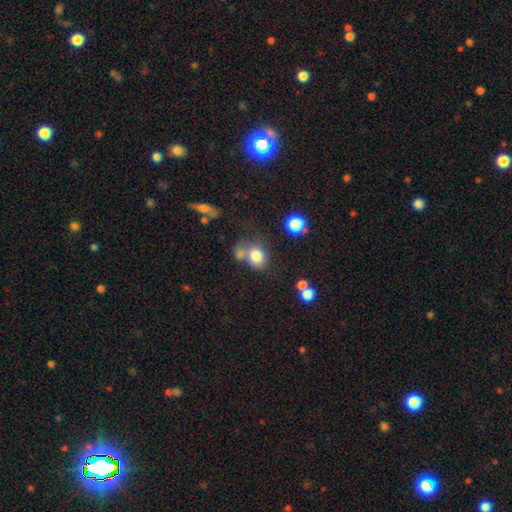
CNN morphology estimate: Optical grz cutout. It shows a smooth galaxy with no disk features (79%) that is round (57%). Merging: none (44%).